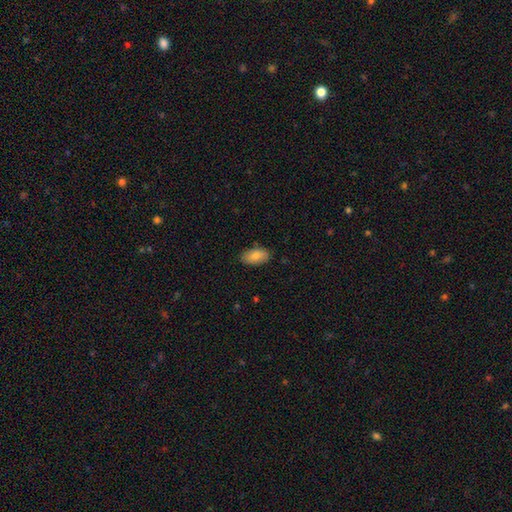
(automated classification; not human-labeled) This appears to be a smooth galaxy with no disk features (82%) that is in between round and cigar-shaped (94%). Merging: none (84%).